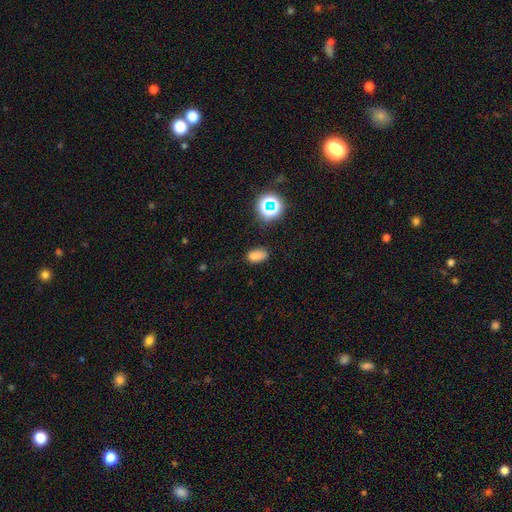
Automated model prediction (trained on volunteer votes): Smooth or featured: smooth — 73% (star or artifact — 20%)
How rounded: in between — 85% (round — 12%)
Merging: none — 62% (minor disturbance — 25%)